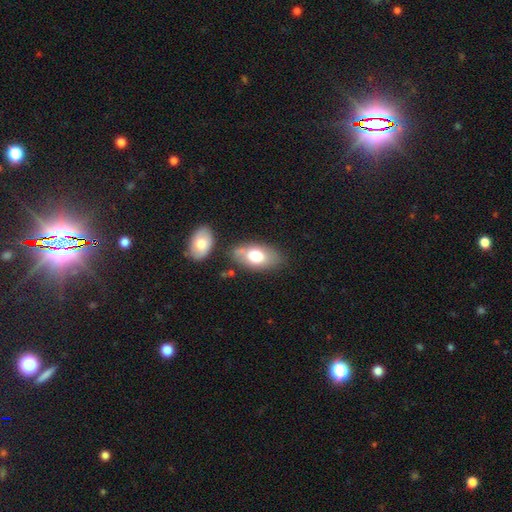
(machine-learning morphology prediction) smooth 72%, featured or disk 21%, star or artifact 7%. Down the decision tree: how rounded — in between (91%); merging — none (62%).